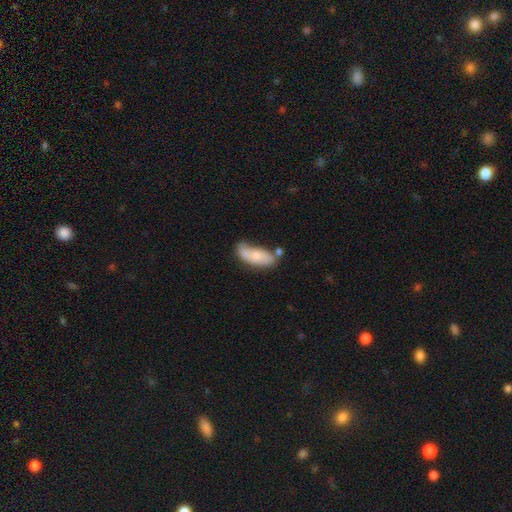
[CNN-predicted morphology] Overall: smooth (64%; featured or disk 30%). How rounded: in between (76%). Merging: none (47%; minor disturbance 28%).